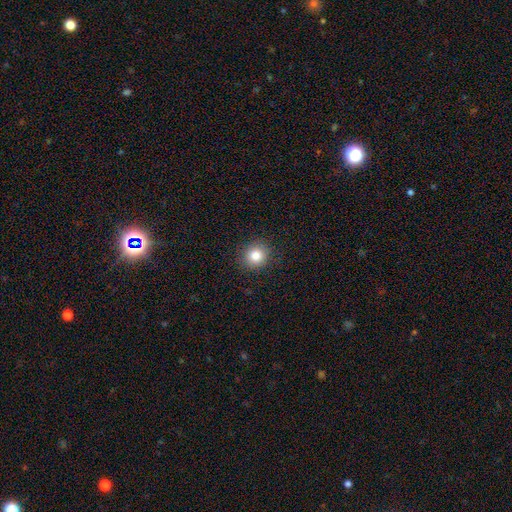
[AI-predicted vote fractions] A smooth galaxy with no disk features (83%) that is round (86%).

Vote fractions:
- Smooth or featured? smooth: 83% / star or artifact: 11% / featured or disk: 6%
- How rounded? round: 86% / in between: 13% / cigar-shaped: 1%
- Merging? none: 90% / minor disturbance: 7% / major disturbance: 2% / merger: 1%